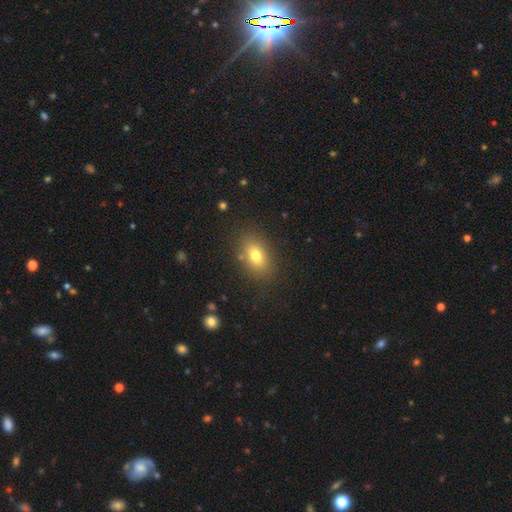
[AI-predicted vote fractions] Smooth or featured? smooth (76%)
How rounded? in between (80%)
Merging? none (83%)